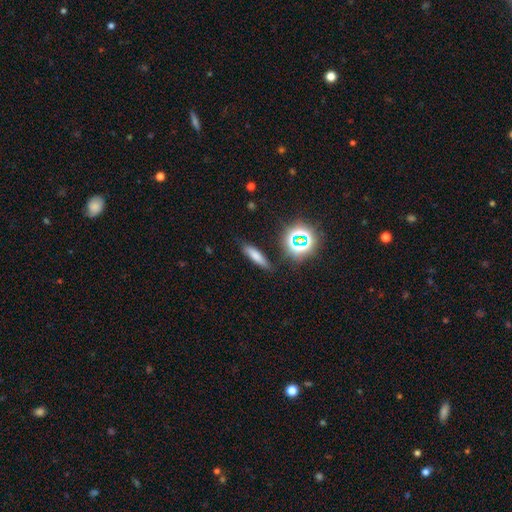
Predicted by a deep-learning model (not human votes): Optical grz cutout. It shows a smooth galaxy with no disk features (69%) that is cigar-shaped (71%). Merging: none (81%).